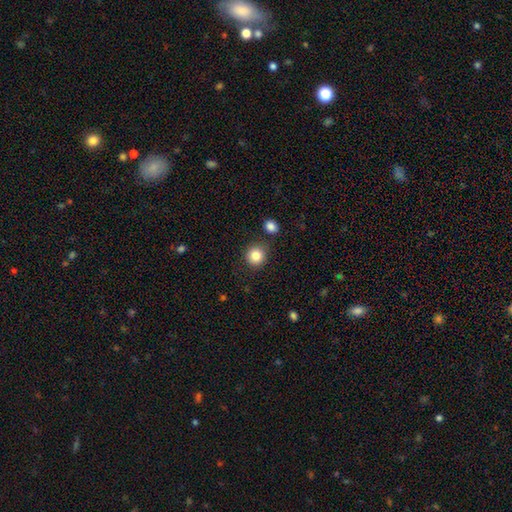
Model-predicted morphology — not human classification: This appears to be a smooth galaxy with no disk features (85%) that is round (91%). Merging: none (83%).